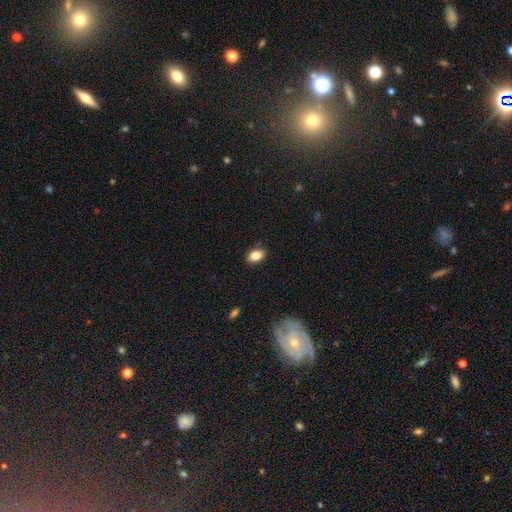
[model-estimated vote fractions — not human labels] A smooth galaxy with no disk features (85%) that is in between round and cigar-shaped (84%). Merging: none (87%).